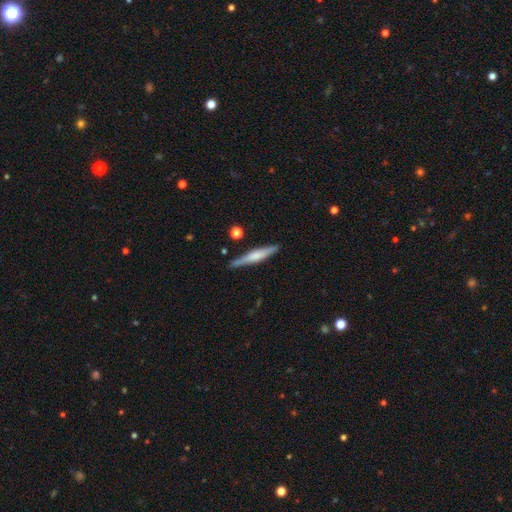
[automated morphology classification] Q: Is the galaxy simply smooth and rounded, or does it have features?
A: featured or disk — 53%.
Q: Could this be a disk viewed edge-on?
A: yes — 97%.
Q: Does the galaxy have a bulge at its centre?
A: rounded — 60%.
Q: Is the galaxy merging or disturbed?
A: none — 87%.